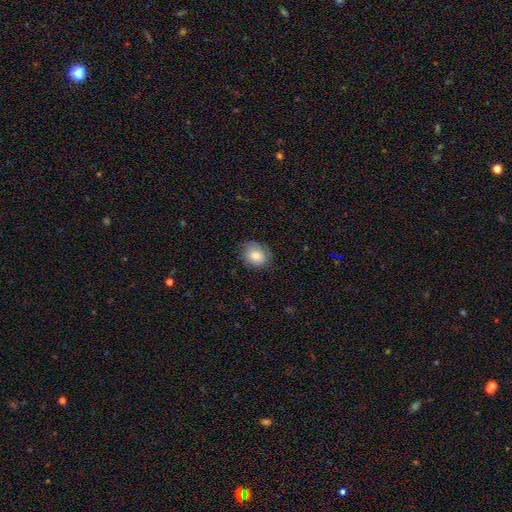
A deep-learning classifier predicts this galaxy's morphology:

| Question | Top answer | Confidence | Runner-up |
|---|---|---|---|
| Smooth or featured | smooth | 77% | featured or disk (15%) |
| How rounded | round | 53% | in between (46%) |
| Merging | none | 73% | minor disturbance (21%) |